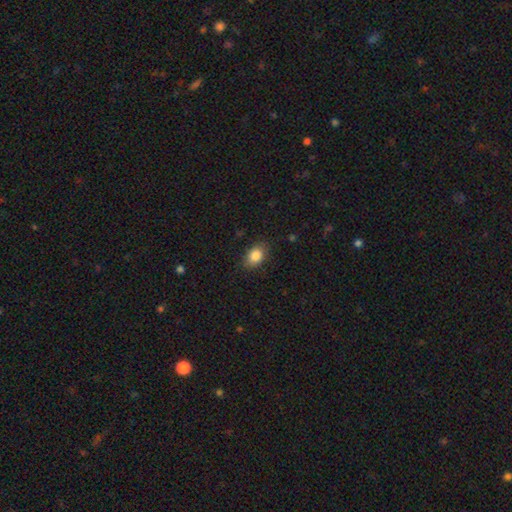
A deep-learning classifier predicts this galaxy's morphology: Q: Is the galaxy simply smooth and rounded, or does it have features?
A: smooth — 85%.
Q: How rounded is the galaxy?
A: in between — 76%.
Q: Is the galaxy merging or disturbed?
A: none — 83%.